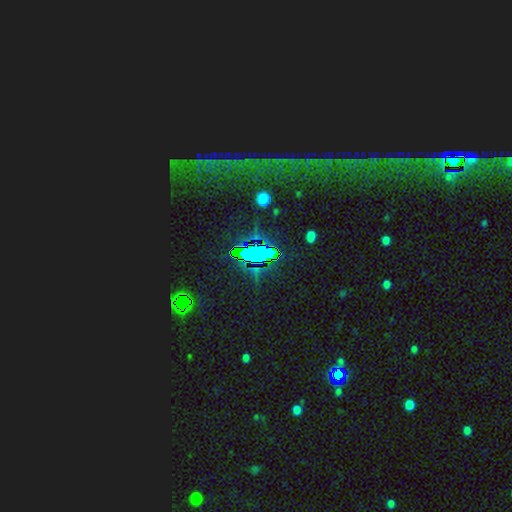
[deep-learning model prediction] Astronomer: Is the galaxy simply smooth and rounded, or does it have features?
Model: star or artifact — 74%.